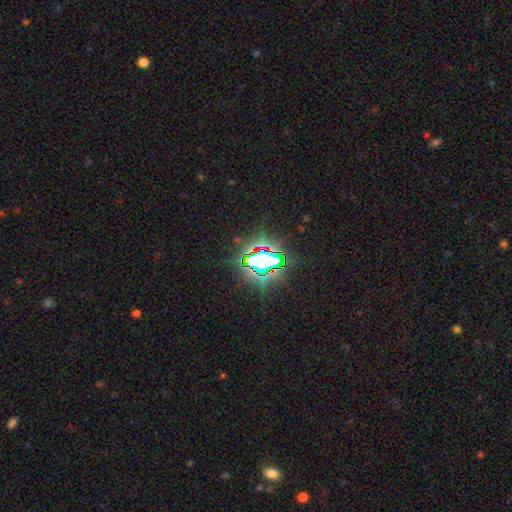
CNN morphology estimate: This is likely a star or artifact rather than a galaxy (75%).